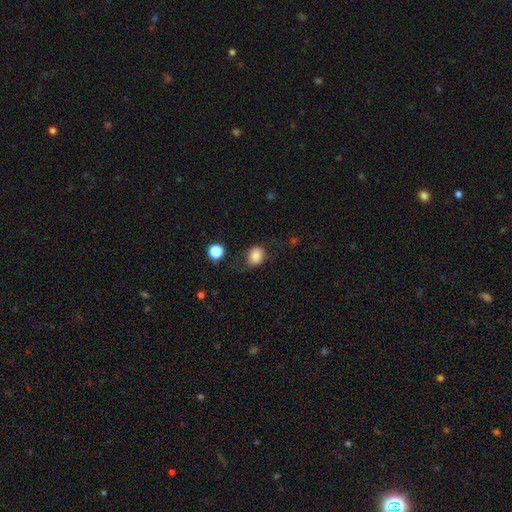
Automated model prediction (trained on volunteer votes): A smooth galaxy with no disk features (82%) that is round (55%). Merging: none (64%).